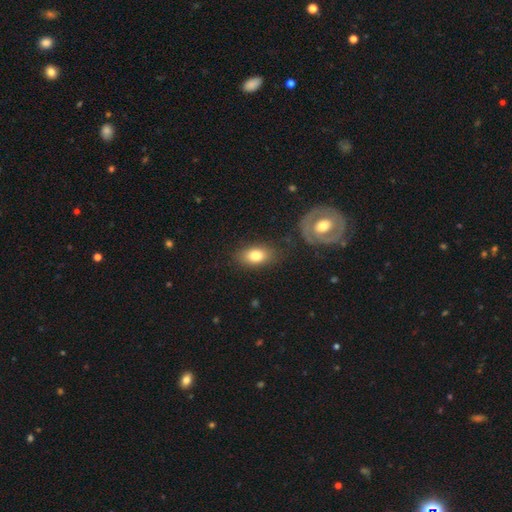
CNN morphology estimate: Q: Smooth or featured?
A: smooth (79%); runner-up: featured or disk (13%)
Q: How rounded?
A: in between (85%); runner-up: round (12%)
Q: Merging?
A: none (80%); runner-up: minor disturbance (14%)